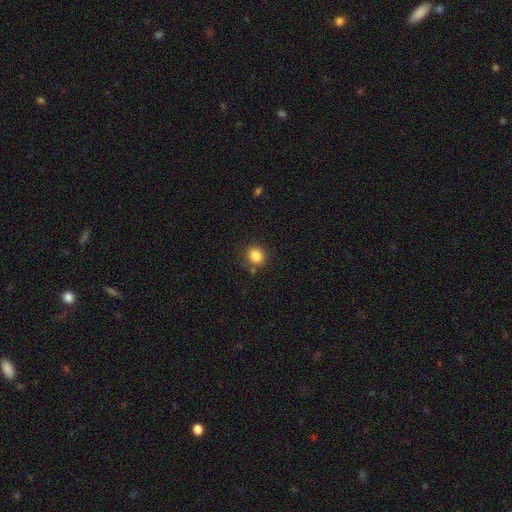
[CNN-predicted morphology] This is clearly a smooth galaxy (85%). How rounded: likely round (80%). Merging: clearly none (83%).